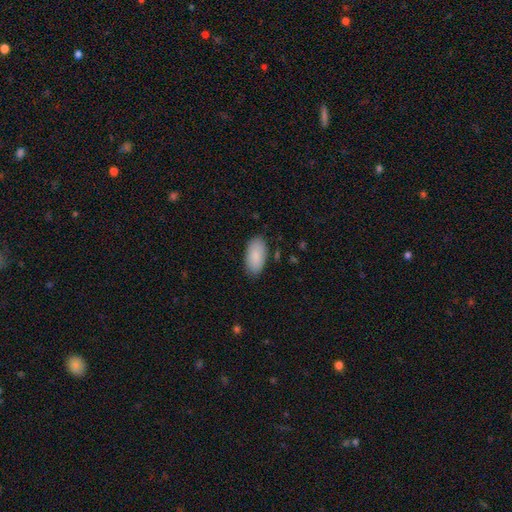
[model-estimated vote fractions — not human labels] Morphology: type=smooth (88%); roundness=in between (95%); merging=none (85%).